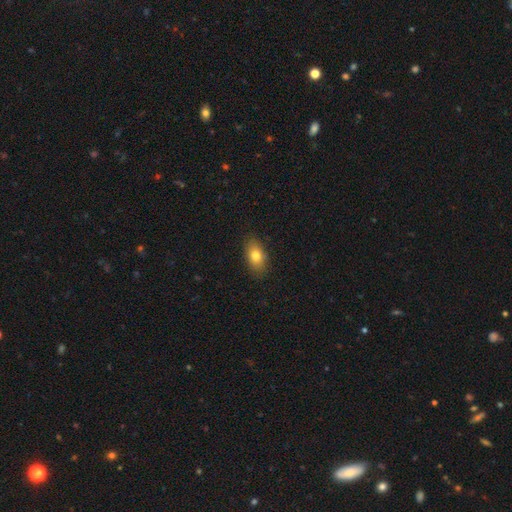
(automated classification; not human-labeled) Overall: smooth (79%). How rounded: in between (87%). Merging: none (86%).